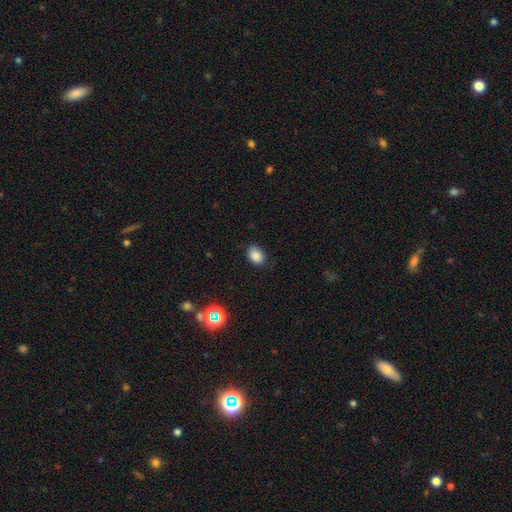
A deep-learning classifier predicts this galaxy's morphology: A smooth galaxy with no disk features (85%) that is in between round and cigar-shaped (72%).

Vote fractions:
- Smooth or featured? smooth: 85% / star or artifact: 10% / featured or disk: 4%
- How rounded? in between: 72% / round: 27% / cigar-shaped: 1%
- Merging? none: 81% / minor disturbance: 15% / major disturbance: 3% / merger: 1%